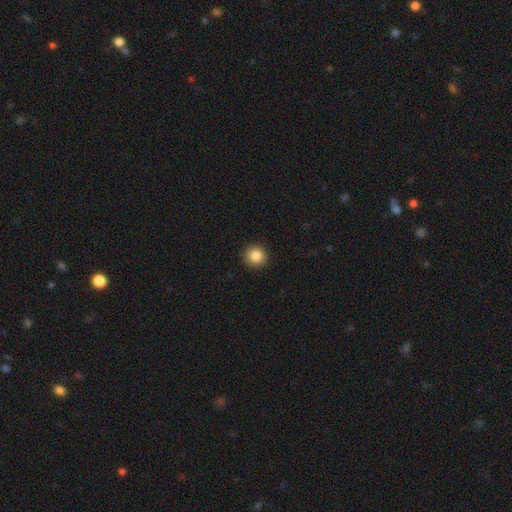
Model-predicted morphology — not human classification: The model was most divided on "smooth or featured": smooth: 85%, star or artifact: 10%, featured or disk: 5%. More confident: how rounded — round (94%); merging — none (92%).